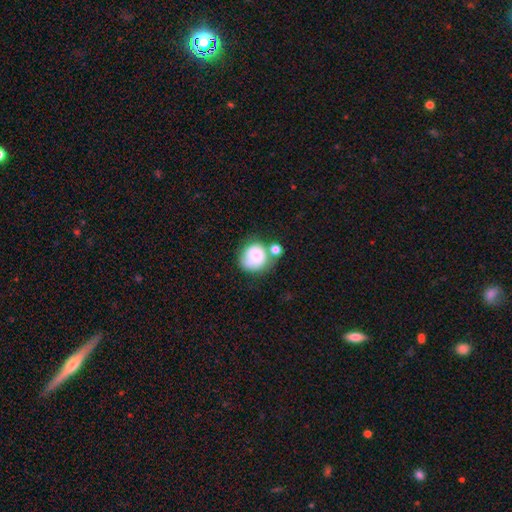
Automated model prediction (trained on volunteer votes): Smooth or featured? Predicted: smooth (p=0.73). How rounded? Predicted: round (p=0.76). Merging? Predicted: none (p=0.39).